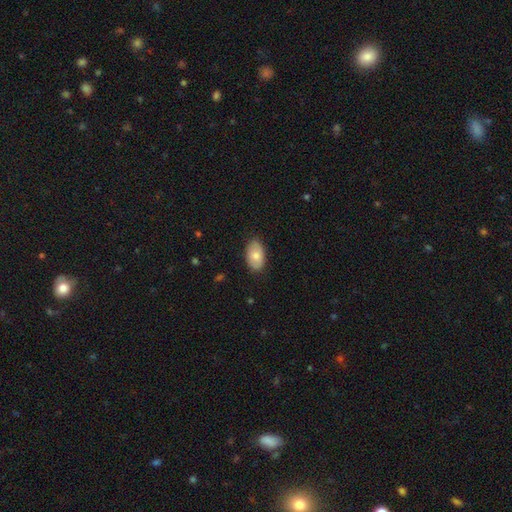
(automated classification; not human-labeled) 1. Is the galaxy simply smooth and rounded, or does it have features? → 77% smooth, 17% featured or disk, 6% star or artifact.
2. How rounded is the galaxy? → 92% in between, 6% round, 1% cigar-shaped.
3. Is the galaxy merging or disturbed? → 84% none, 12% minor disturbance, 2% major disturbance, 1% merger.